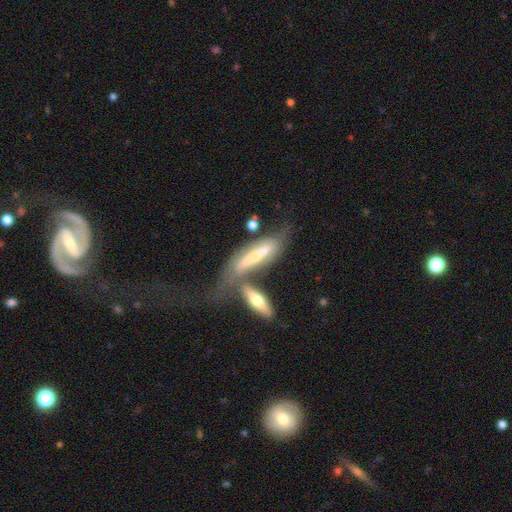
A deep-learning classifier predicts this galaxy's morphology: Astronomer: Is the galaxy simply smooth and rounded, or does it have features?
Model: featured or disk — 62%.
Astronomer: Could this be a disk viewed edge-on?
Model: yes — 54% (runner-up: no, 46%).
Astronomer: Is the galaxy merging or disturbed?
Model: merger — 45% (runner-up: none, 25%).